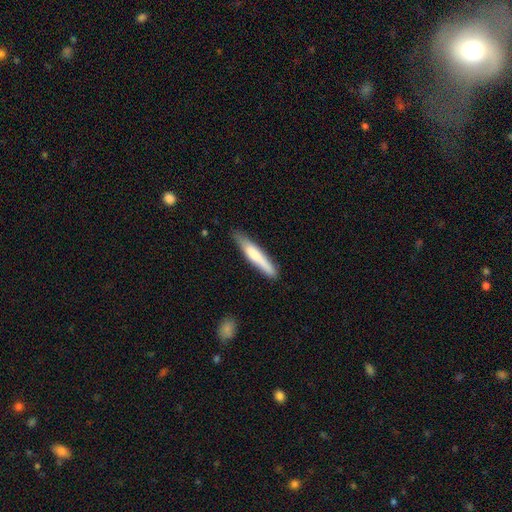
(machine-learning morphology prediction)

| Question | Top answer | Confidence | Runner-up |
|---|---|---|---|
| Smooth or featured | smooth | 69% | featured or disk (26%) |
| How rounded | cigar-shaped | 91% | in between (8%) |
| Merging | none | 78% | minor disturbance (18%) |